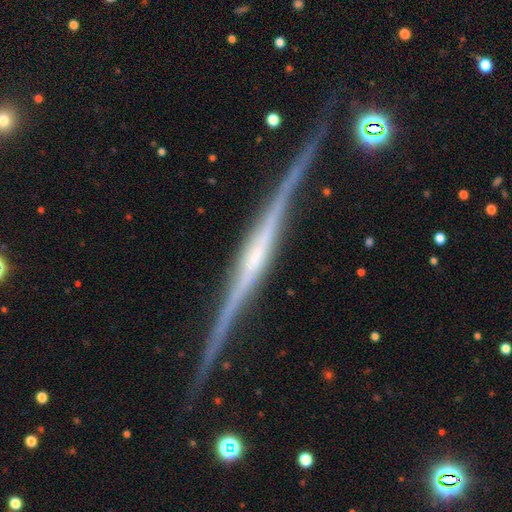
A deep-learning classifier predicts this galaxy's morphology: This is clearly a featured or disk galaxy (88%). It is clearly viewed edge-on (98%). Edge-on bulge: marginally rounded (41%). Merging: clearly none (87%).